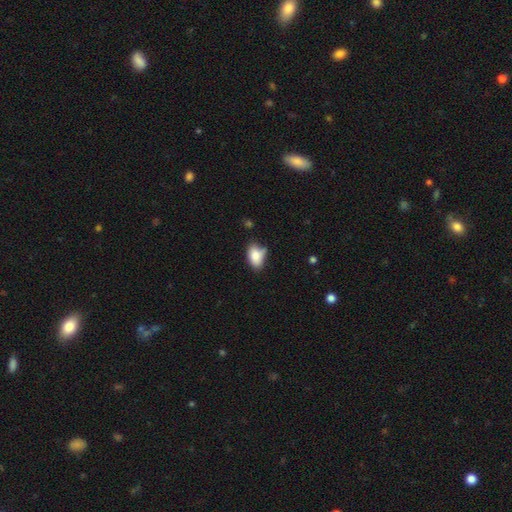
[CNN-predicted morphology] Smooth or featured?
  - smooth: 82% *
  - featured or disk: 9%
  - star or artifact: 8%
How rounded?
  - in between: 88% *
  - round: 10%
  - cigar-shaped: 2%
Merging?
  - none: 53% *
  - minor disturbance: 32%
  - merger: 8%
  - major disturbance: 7%